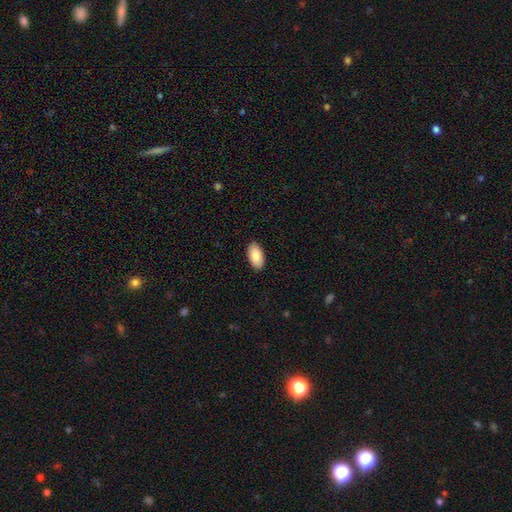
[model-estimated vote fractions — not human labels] smooth 89%, star or artifact 6%, featured or disk 5%. Down the decision tree: how rounded — in between (95%); merging — none (89%).